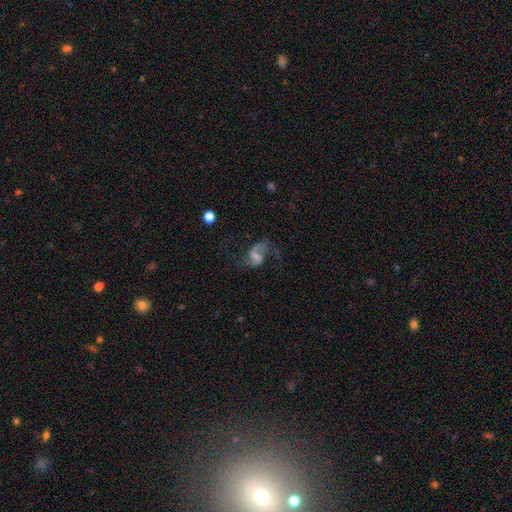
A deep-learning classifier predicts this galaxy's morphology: Q: Smooth or featured?
A: featured or disk (80%); runner-up: smooth (12%)
Q: Edge-on disk?
A: no (98%); runner-up: yes (2%)
Q: Bar?
A: weak (50%); runner-up: no (26%)
Q: Spiral arms?
A: yes (93%); runner-up: no (7%)
Q: Spiral winding?
A: loose (71%); runner-up: medium (24%)
Q: Spiral arm count?
A: 2 (90%); runner-up: 1 (5%)
Q: Bulge size?
A: none (50%); runner-up: small (26%)
Q: Merging?
A: none (62%); runner-up: minor disturbance (18%)